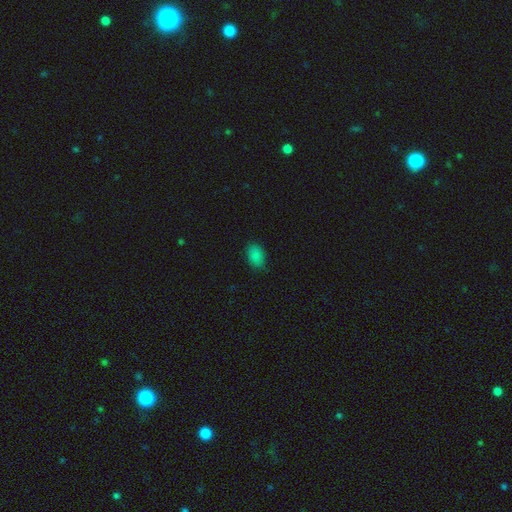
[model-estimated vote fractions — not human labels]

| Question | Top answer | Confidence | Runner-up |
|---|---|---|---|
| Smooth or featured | smooth | 85% | star or artifact (11%) |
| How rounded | in between | 83% | round (16%) |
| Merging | none | 80% | minor disturbance (16%) |